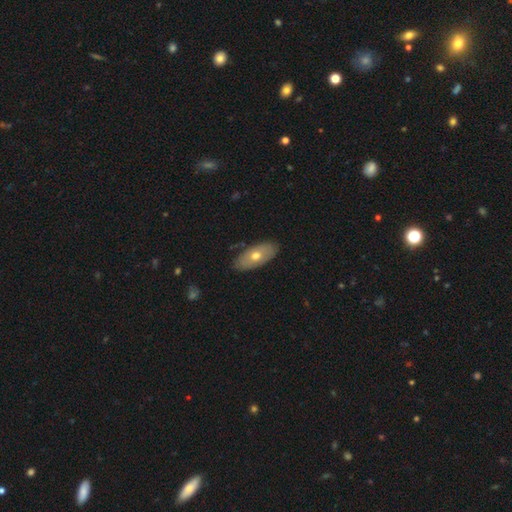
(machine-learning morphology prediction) This is possibly a smooth galaxy (53%). How rounded: clearly in between (89%). Merging: clearly none (83%).